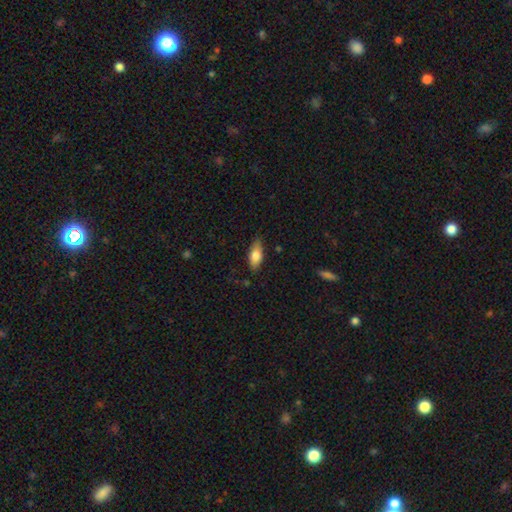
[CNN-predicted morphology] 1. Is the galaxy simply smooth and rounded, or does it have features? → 77% smooth, 17% featured or disk, 6% star or artifact.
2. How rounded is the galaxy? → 81% in between, 16% cigar-shaped, 3% round.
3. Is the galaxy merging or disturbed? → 82% none, 14% minor disturbance, 2% major disturbance, 1% merger.